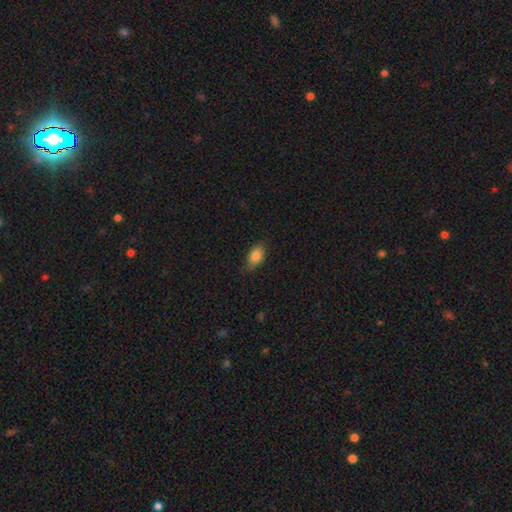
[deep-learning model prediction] Smooth or featured? smooth (84%)
How rounded? in between (87%)
Merging? none (75%)